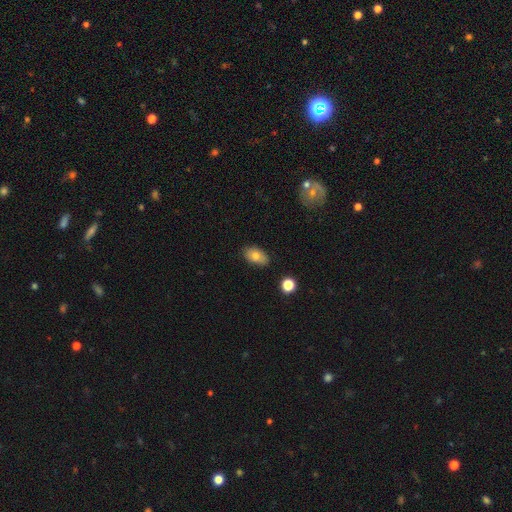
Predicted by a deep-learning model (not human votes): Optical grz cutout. It shows a smooth galaxy with no disk features (77%) that is in between round and cigar-shaped (90%). Merging: none (83%).